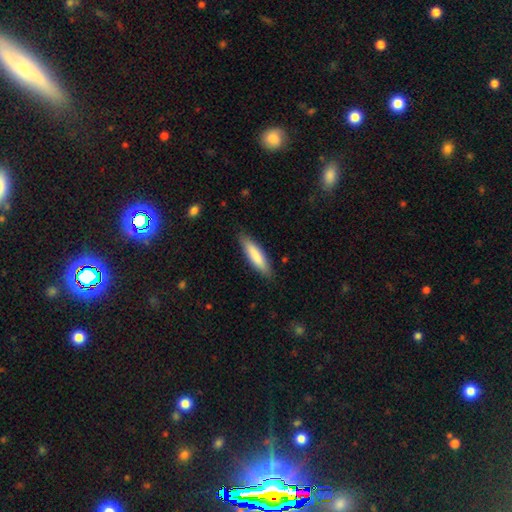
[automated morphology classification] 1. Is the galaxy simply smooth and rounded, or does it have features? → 83% smooth, 12% featured or disk, 5% star or artifact.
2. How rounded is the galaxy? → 71% cigar-shaped, 27% in between, 1% round.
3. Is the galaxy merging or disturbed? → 87% none, 10% minor disturbance, 2% major disturbance, 1% merger.